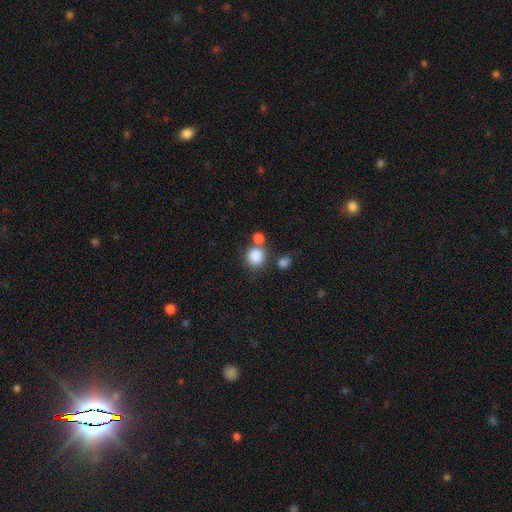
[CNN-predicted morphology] This is clearly a smooth galaxy (84%). How rounded: clearly round (87%). Merging: possibly none (59%).